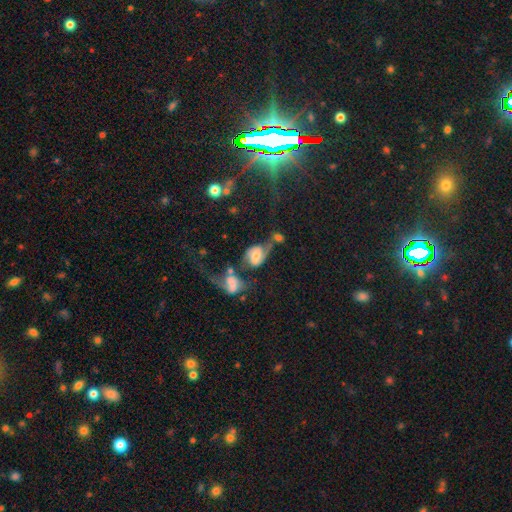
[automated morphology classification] This is likely a featured or disk galaxy (67%). It is clearly not viewed edge-on (97%). Bar: possibly no (48%). Spiral arm pattern: clearly yes (89%). Spiral arm count: clearly 2 (83%). Spiral winding: marginally medium (41%). Central bulge: marginally moderate (41%). Merging: marginally merger (40%).